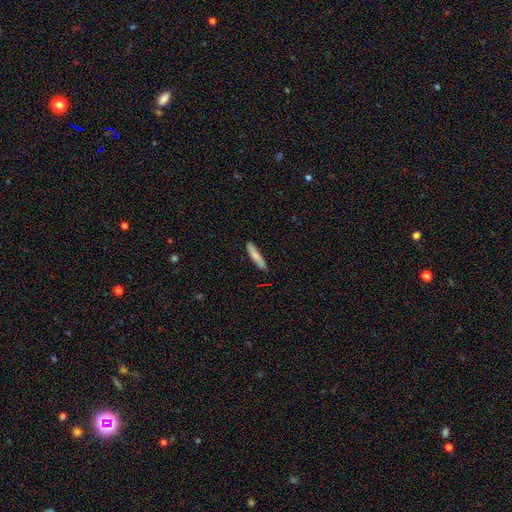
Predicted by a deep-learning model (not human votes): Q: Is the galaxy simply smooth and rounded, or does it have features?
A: smooth — 78%.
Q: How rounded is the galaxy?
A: cigar-shaped — 83%.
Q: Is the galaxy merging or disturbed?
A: none — 85%.